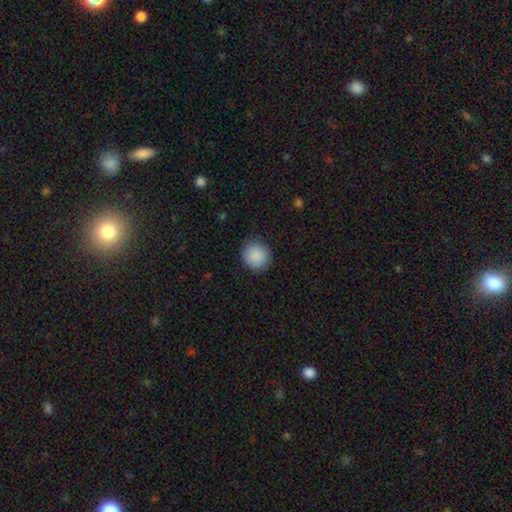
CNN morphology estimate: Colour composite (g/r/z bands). It shows a smooth galaxy with no disk features (90%) that is round (91%). Merging: none (89%).